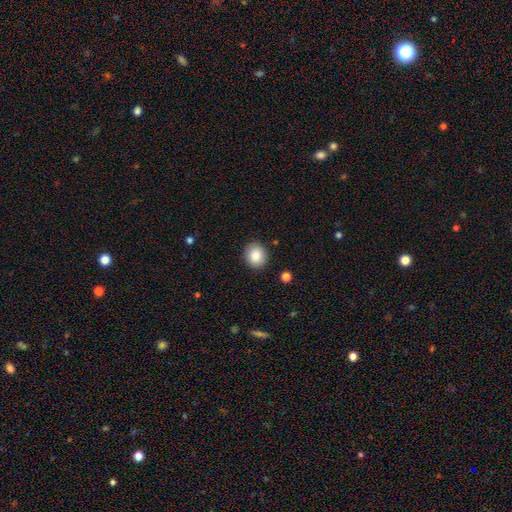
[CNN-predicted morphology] Smooth or featured: smooth — 85% (star or artifact — 8%)
How rounded: round — 77% (in between — 22%)
Merging: none — 89% (minor disturbance — 8%)